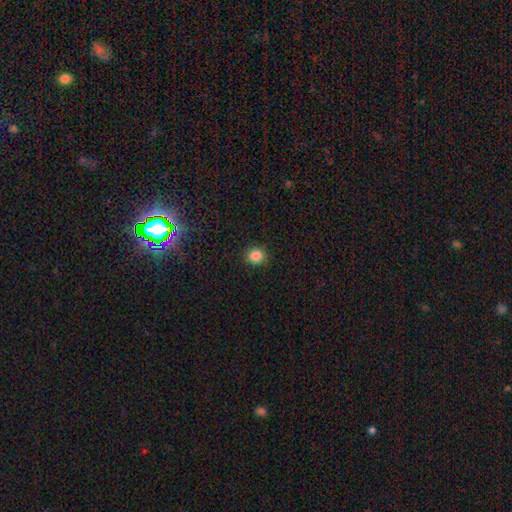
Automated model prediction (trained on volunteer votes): This appears to be a smooth galaxy with no disk features (85%) that is round (83%). Merging: none (90%).